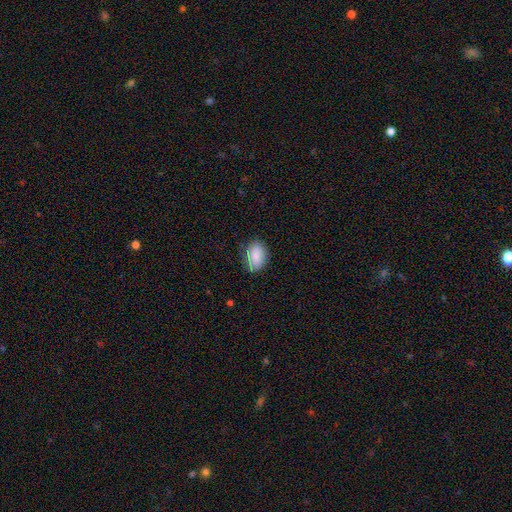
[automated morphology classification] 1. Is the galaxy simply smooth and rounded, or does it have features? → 84% smooth, 9% featured or disk, 7% star or artifact.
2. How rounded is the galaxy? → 88% in between, 11% round, 1% cigar-shaped.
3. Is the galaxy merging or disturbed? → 76% none, 18% minor disturbance, 4% major disturbance, 1% merger.